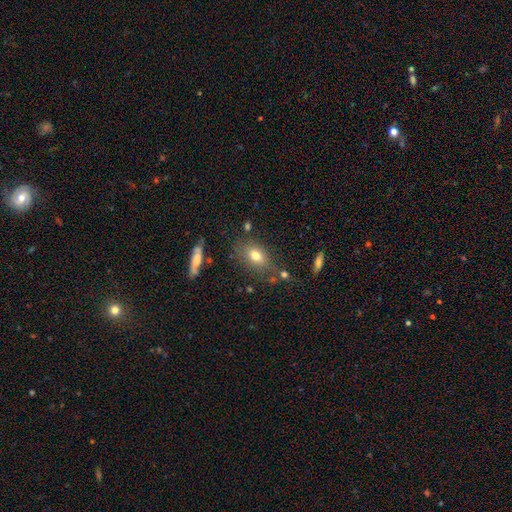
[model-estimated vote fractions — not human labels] This is likely a smooth galaxy (75%). How rounded: likely in between (78%). Merging: likely none (71%).